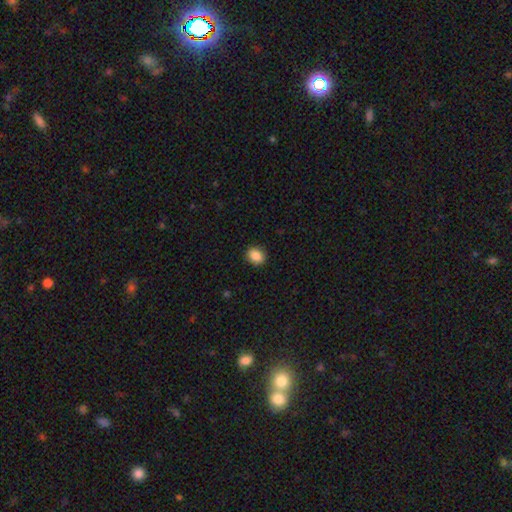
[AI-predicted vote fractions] This appears to be a smooth galaxy with no disk features (87%) that is round (57%). Merging: none (91%).